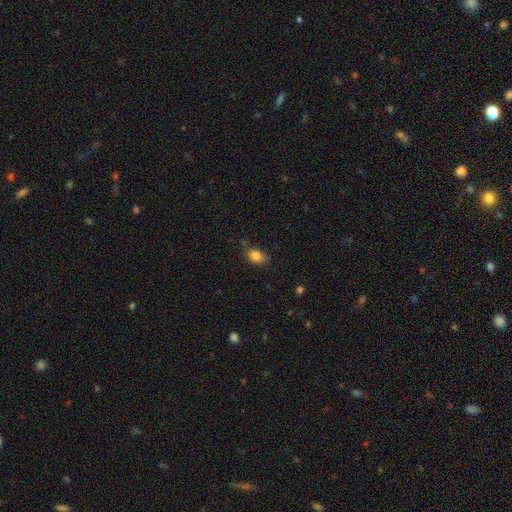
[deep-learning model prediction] smooth_or_featured: smooth (p=0.84) [alt: star or artifact p=0.09]
how_rounded: in between (p=0.81) [alt: round p=0.17]
merging: none (p=0.71) [alt: minor disturbance p=0.21]